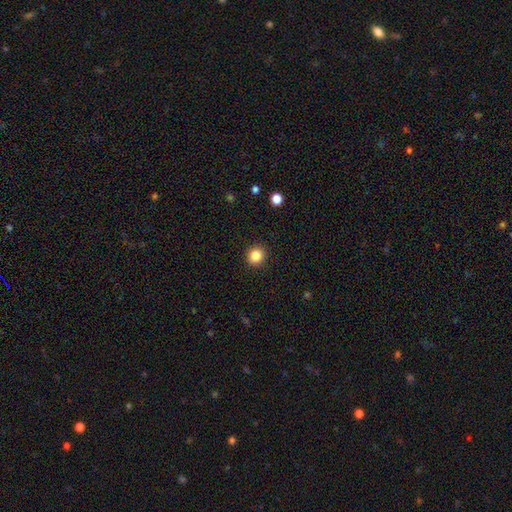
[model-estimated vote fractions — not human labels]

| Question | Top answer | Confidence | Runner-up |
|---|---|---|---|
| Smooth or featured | smooth | 84% | star or artifact (11%) |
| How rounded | round | 90% | in between (9%) |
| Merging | none | 92% | minor disturbance (5%) |